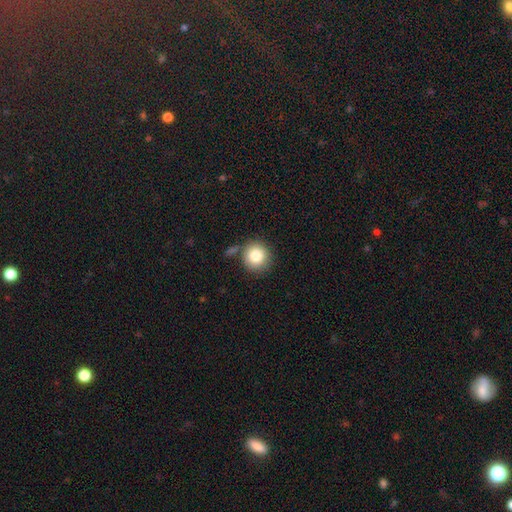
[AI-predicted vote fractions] This appears to be a smooth galaxy with no disk features (84%) that is round (91%). Merging: none (74%).